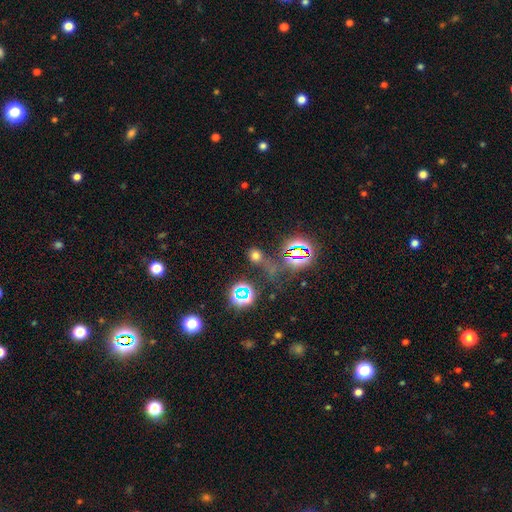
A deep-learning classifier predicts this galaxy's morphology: A smooth galaxy with no disk features (55%) that is round (70%). Merging: none (66%).